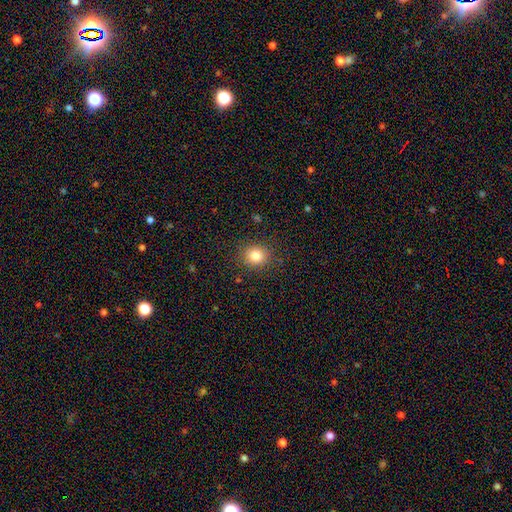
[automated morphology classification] This appears to be a smooth galaxy with no disk features (82%) that is round (78%). Merging: none (87%).